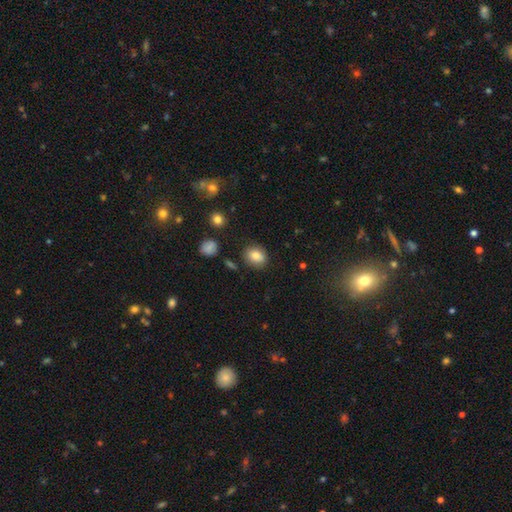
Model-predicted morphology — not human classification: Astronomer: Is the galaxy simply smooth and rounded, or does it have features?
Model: smooth — 83%.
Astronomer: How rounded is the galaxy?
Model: round — 54% (runner-up: in between, 45%).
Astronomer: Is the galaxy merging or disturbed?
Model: none — 83%.